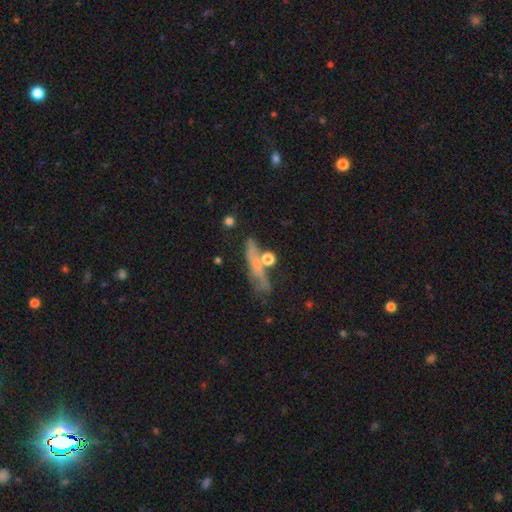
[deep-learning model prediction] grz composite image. It shows a smooth galaxy with no disk features (45%). Merging: none (63%).